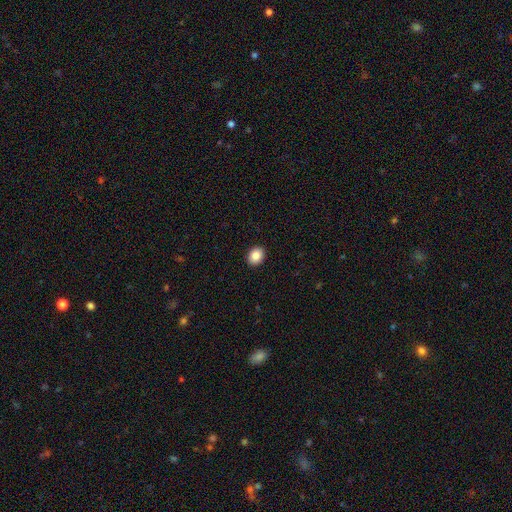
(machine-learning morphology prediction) type=smooth (88%); roundness=in between (59%); merging=none (92%).